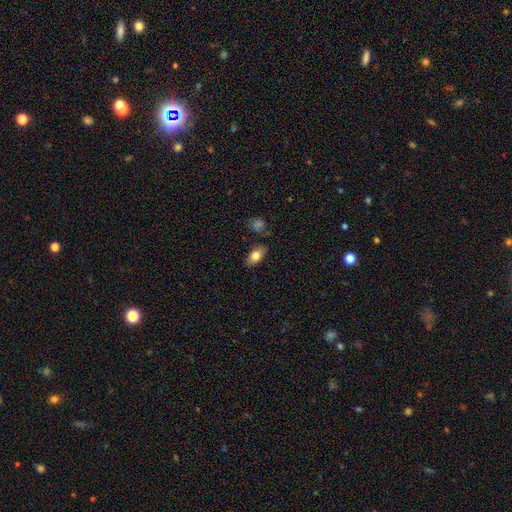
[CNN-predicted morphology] Q: Smooth or featured?
A: smooth (75%); runner-up: featured or disk (18%)
Q: How rounded?
A: in between (88%); runner-up: cigar-shaped (7%)
Q: Merging?
A: none (82%); runner-up: minor disturbance (13%)